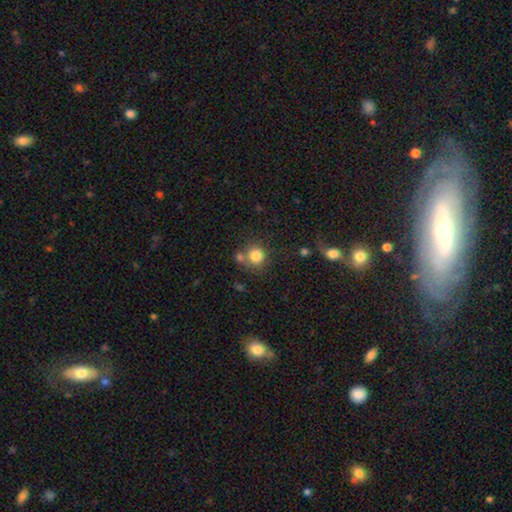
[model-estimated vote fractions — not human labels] Overall: smooth (81%). How rounded: round (90%). Merging: none (62%).